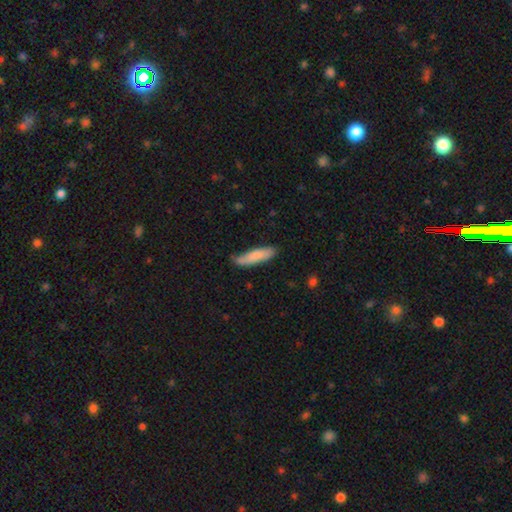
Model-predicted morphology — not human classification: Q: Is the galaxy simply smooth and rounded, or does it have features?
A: smooth — 79%.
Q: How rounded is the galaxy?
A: cigar-shaped — 72%.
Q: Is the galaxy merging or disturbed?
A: none — 69%.